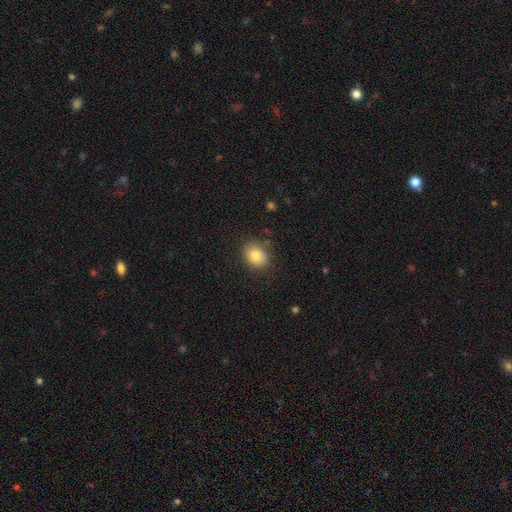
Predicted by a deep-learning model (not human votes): Q: Smooth or featured?
A: smooth (81%); runner-up: featured or disk (10%)
Q: How rounded?
A: round (53%); runner-up: in between (46%)
Q: Merging?
A: none (82%); runner-up: minor disturbance (14%)